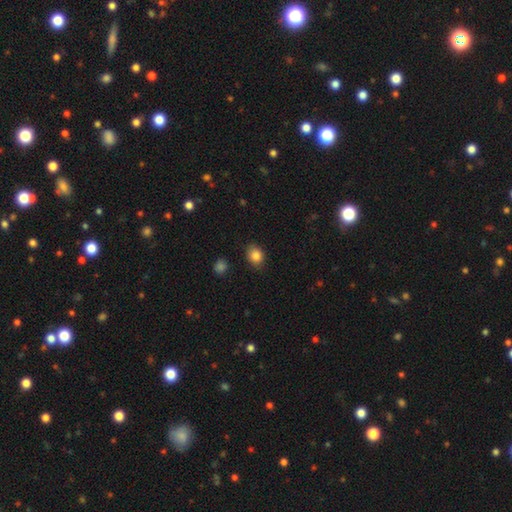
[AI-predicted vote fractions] A smooth galaxy with no disk features (85%) that is in between round and cigar-shaped (54%).

Vote fractions:
- Smooth or featured? smooth: 85% / star or artifact: 9% / featured or disk: 5%
- How rounded? in between: 54% / round: 45% / cigar-shaped: 1%
- Merging? none: 84% / minor disturbance: 12% / major disturbance: 3% / merger: 1%